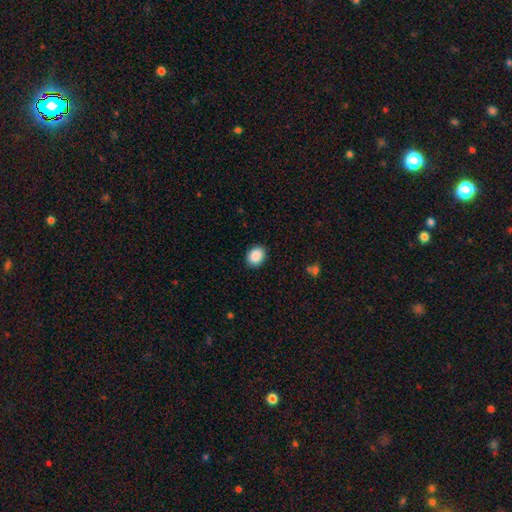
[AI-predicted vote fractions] smooth_or_featured: smooth (p=0.89) [alt: star or artifact p=0.08]
how_rounded: round (p=0.53) [alt: in between p=0.46]
merging: none (p=0.89) [alt: minor disturbance p=0.08]